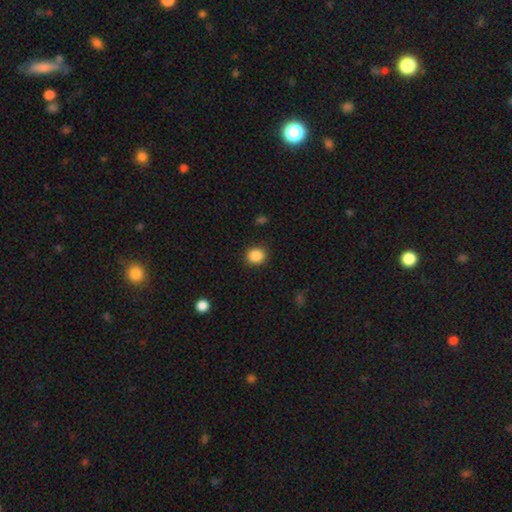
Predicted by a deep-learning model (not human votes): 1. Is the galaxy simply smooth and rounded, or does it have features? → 88% smooth, 9% star or artifact, 3% featured or disk.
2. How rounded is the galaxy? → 78% round, 21% in between, 1% cigar-shaped.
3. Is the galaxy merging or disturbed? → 88% none, 8% minor disturbance, 3% major disturbance, 1% merger.